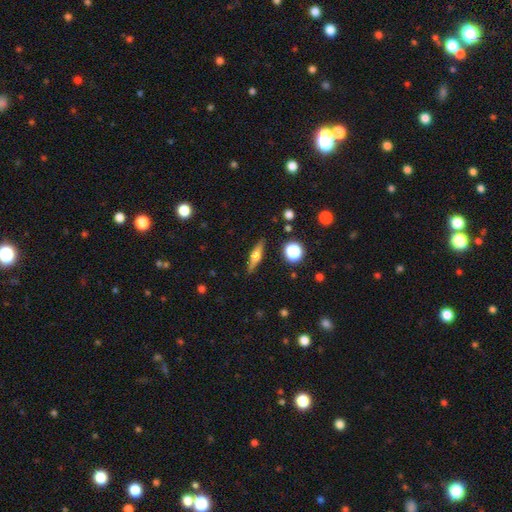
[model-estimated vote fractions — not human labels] This appears to be a featured or disk galaxy (53%) viewed edge-on (95%) with a rounded central bulge (89%). Merging: none (88%).